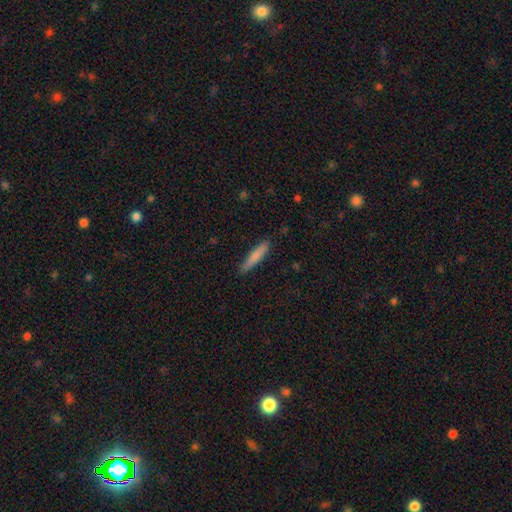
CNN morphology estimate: Smooth or featured?
  - smooth: 75% *
  - featured or disk: 20%
  - star or artifact: 6%
How rounded?
  - cigar-shaped: 91% *
  - in between: 8%
  - round: 1%
Merging?
  - none: 88% *
  - minor disturbance: 9%
  - major disturbance: 2%
  - merger: 1%